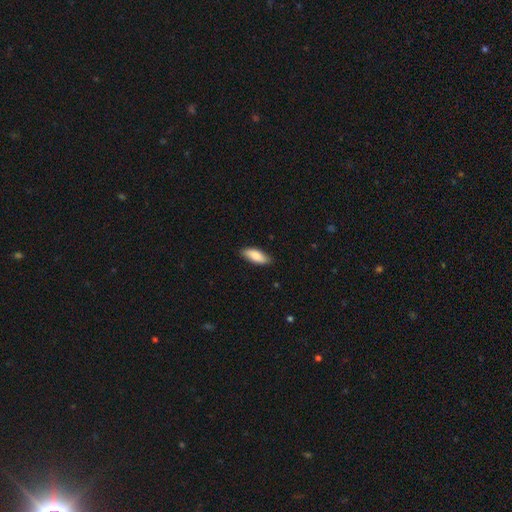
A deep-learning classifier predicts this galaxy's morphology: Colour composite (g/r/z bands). It shows a smooth galaxy with no disk features (84%) that is in between round and cigar-shaped (73%). Merging: none (86%).